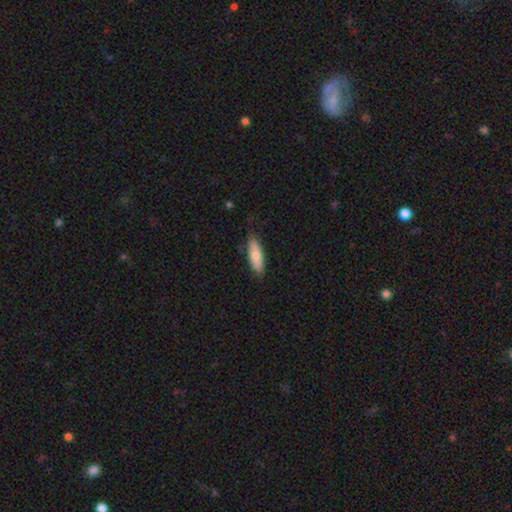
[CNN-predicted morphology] This appears to be a smooth galaxy with no disk features (73%) that is in between round and cigar-shaped (59%). Merging: none (79%).